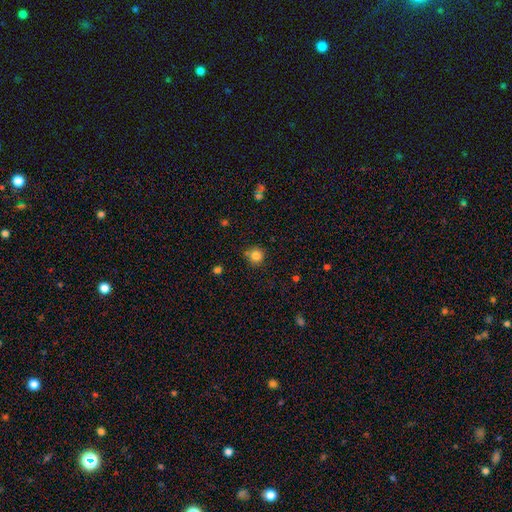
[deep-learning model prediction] smooth 82%, star or artifact 12%, featured or disk 6%. Down the decision tree: how rounded — round (92%); merging — none (77%).